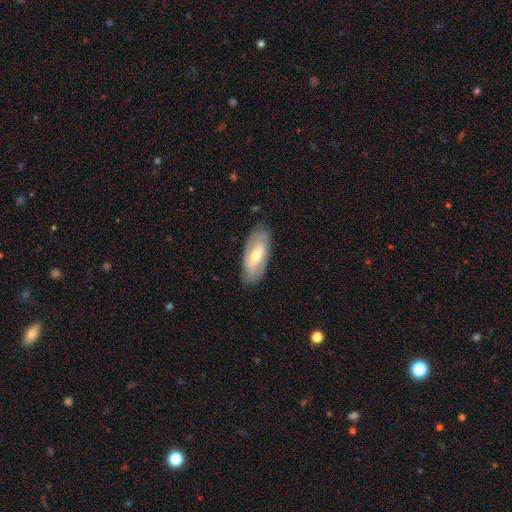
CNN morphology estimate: The model was most divided on "smooth or featured": featured or disk: 53%, smooth: 41%, star or artifact: 6%. More confident: edge-on disk — no (83%); merging — none (80%).